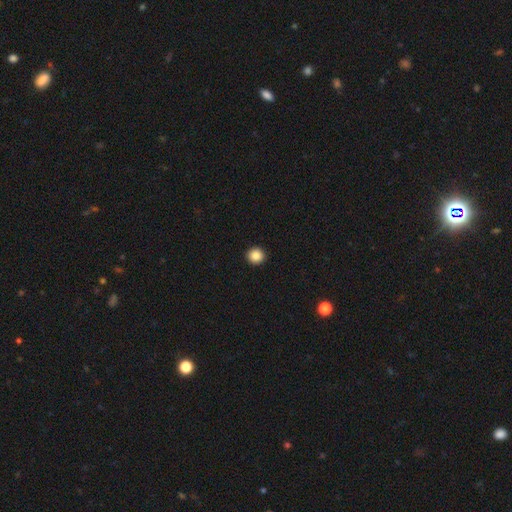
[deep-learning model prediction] Smooth or featured: smooth — 86% (star or artifact — 10%)
How rounded: round — 95% (in between — 4%)
Merging: none — 94% (minor disturbance — 4%)